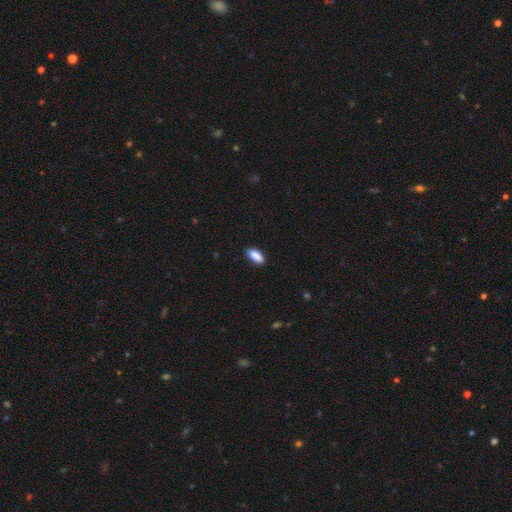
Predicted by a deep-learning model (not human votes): Q: Smooth or featured?
A: smooth (89%); runner-up: star or artifact (7%)
Q: How rounded?
A: in between (83%); runner-up: cigar-shaped (14%)
Q: Merging?
A: none (82%); runner-up: minor disturbance (14%)